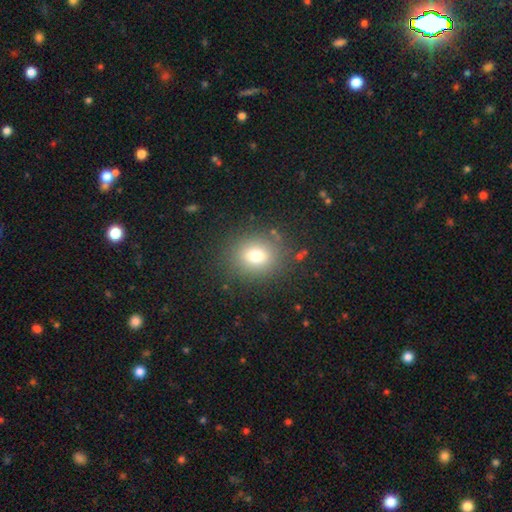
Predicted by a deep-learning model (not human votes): Smooth or featured?
  - smooth: 74% *
  - star or artifact: 15%
  - featured or disk: 11%
How rounded?
  - round: 73% *
  - in between: 26%
  - cigar-shaped: 1%
Merging?
  - none: 85% *
  - minor disturbance: 9%
  - major disturbance: 4%
  - merger: 2%